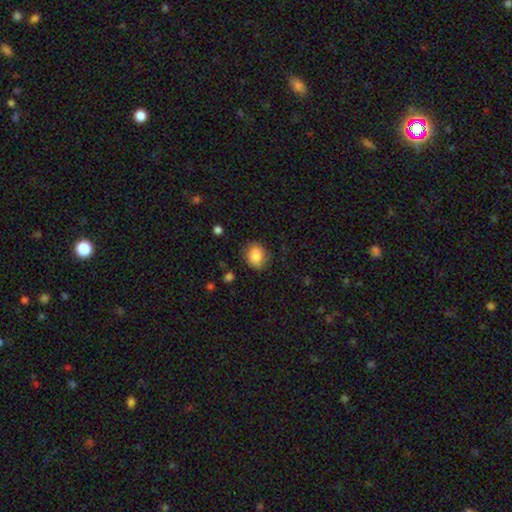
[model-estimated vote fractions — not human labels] A smooth galaxy with no disk features (84%) that is round (61%). Merging: none (79%).